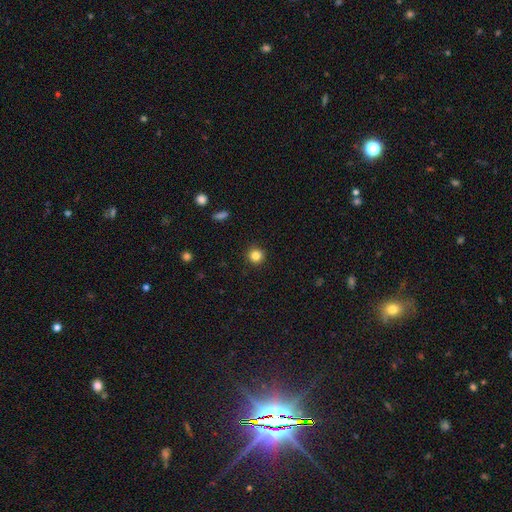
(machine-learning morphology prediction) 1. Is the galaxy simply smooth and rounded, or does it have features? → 84% smooth, 12% star or artifact, 5% featured or disk.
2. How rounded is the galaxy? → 94% round, 5% in between, 1% cigar-shaped.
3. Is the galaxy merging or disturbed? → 92% none, 5% minor disturbance, 2% major disturbance, 1% merger.